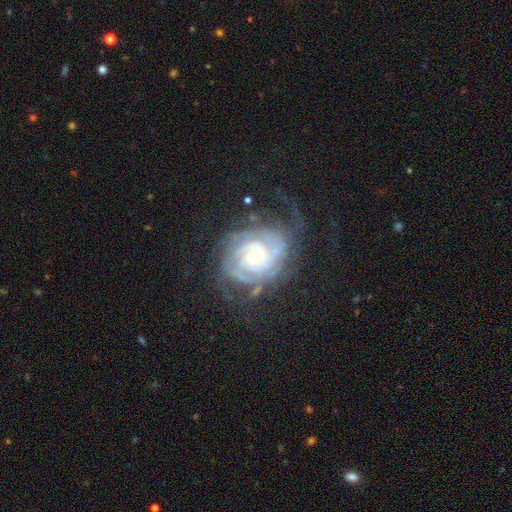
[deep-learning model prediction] Smooth or featured? featured or disk (88%)
Edge-on disk? no (97%)
Bar? no (69%)
Spiral arms? yes (97%)
Spiral winding? tight (74%)
Spiral arm count? can't tell (30%)
Bulge size? small (65%)
Merging? none (61%)